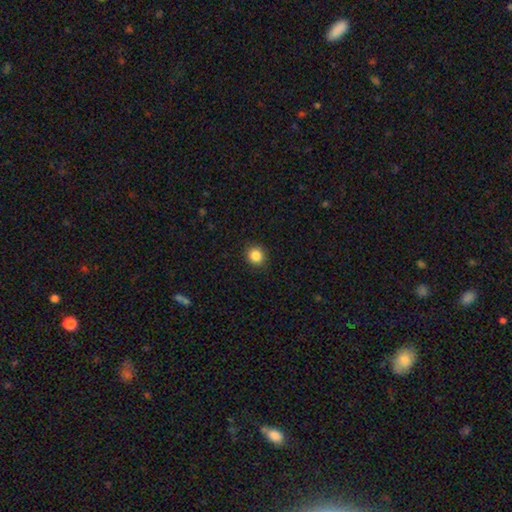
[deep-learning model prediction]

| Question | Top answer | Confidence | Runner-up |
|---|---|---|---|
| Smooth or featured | smooth | 86% | star or artifact (10%) |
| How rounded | round | 85% | in between (14%) |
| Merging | none | 91% | minor disturbance (6%) |